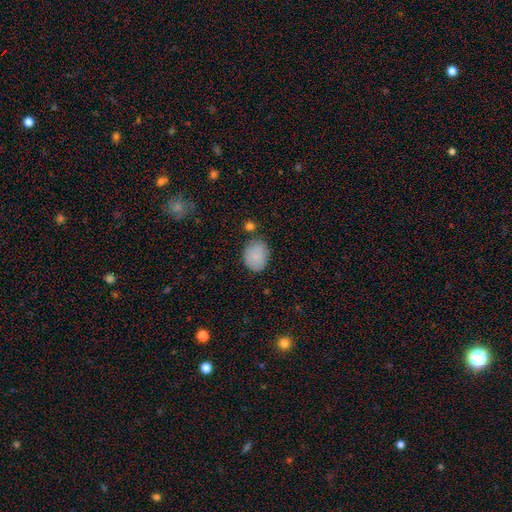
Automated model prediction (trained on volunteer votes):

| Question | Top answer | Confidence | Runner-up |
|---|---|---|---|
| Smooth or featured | smooth | 86% | star or artifact (7%) |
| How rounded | round | 50% | in between (49%) |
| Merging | none | 71% | minor disturbance (18%) |